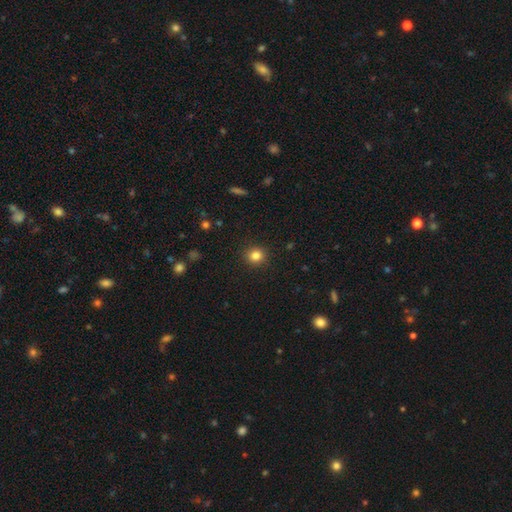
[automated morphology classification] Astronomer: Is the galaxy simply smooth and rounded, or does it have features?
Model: smooth — 83%.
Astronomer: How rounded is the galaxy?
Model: round — 88%.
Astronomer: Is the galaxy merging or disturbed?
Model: none — 91%.